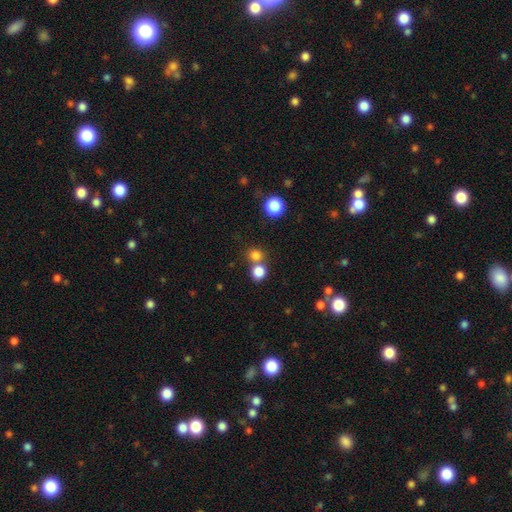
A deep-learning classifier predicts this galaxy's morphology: smooth_or_featured: smooth (p=0.80) [alt: star or artifact p=0.14]
how_rounded: round (p=0.81) [alt: in between p=0.18]
merging: none (p=0.57) [alt: merger p=0.33]